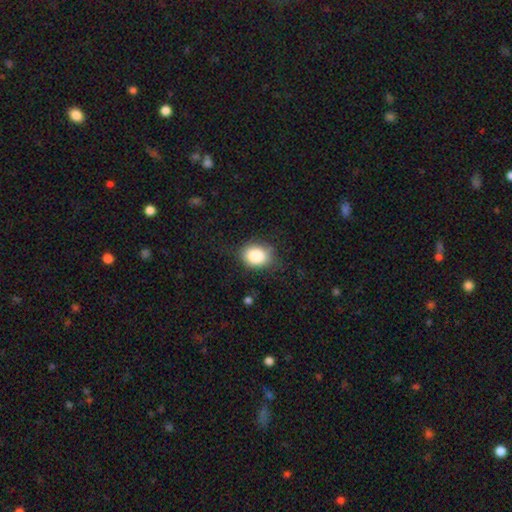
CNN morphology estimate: smooth-or-featured: smooth: 84% | star or artifact: 9% | featured or disk: 7%
  how-rounded: in between: 53% | round: 46% | cigar-shaped: 1%
  merging: none: 76% | minor disturbance: 17% | major disturbance: 5% | merger: 1%